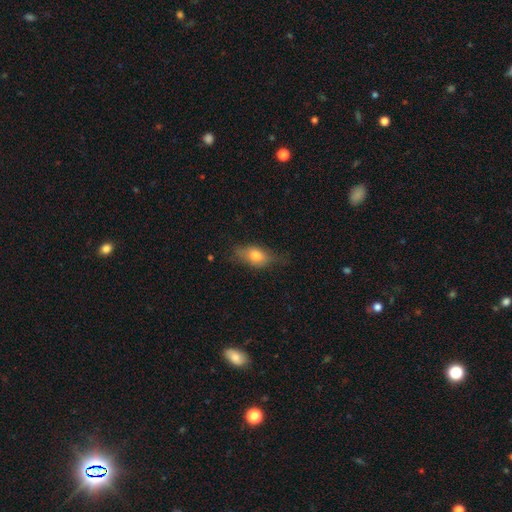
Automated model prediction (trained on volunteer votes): The model was most divided on "merging": none: 61%, minor disturbance: 28%, major disturbance: 10%, merger: 1%. More confident: how rounded — in between (80%); smooth or featured — smooth (71%).